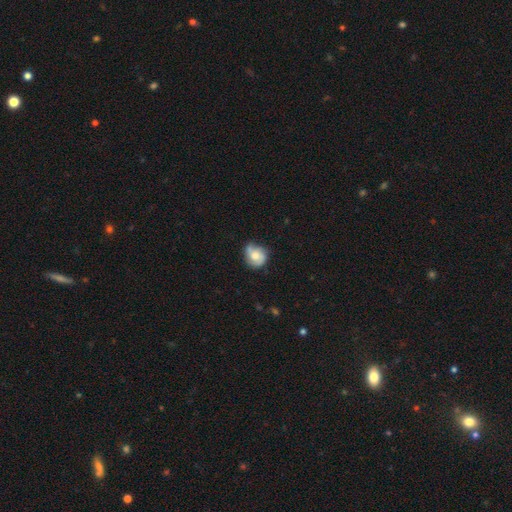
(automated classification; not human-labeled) Smooth or featured? smooth (52%)
How rounded? round (69%)
Merging? none (56%)